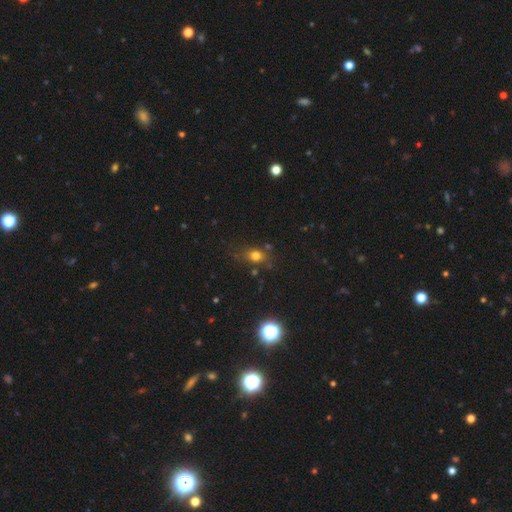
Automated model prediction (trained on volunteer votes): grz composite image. It shows a smooth galaxy with no disk features (72%) that is round (52%). Merging: none (71%).